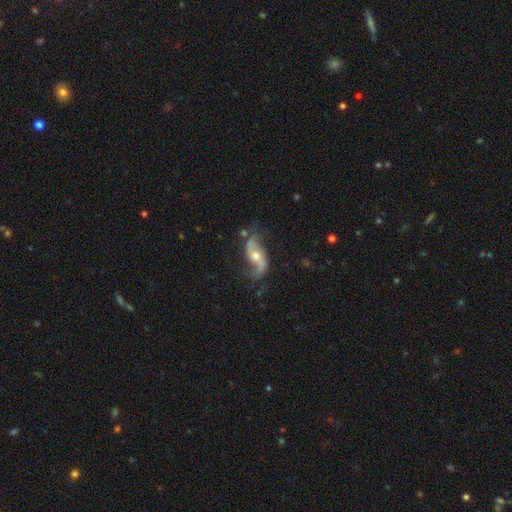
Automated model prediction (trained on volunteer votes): smooth-or-featured: featured or disk: 83% | smooth: 11% | star or artifact: 6%
  disk-edge-on: no: 94% | yes: 6%
    bar: no: 52% | weak: 31% | strong: 17%
    has-spiral-arms: yes: 94% | no: 6%
      spiral-winding: loose: 77% | medium: 17% | tight: 5%
      spiral-arm-count: 2: 91% | 1: 3% | can't tell: 3% | 3: 1% | 4: 1% | more than 4: 1%
    bulge-size: moderate: 60% | small: 34% | large: 3% | none: 1% | dominant: 1%
  merging: none: 68% | minor disturbance: 19% | major disturbance: 9% | merger: 3%